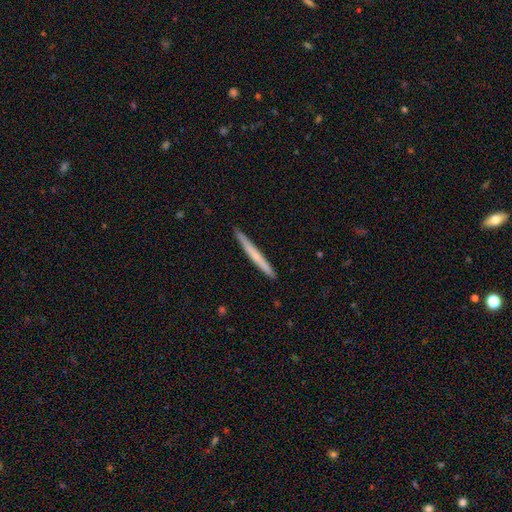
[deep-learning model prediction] smooth_or_featured: smooth (p=0.55) [alt: featured or disk p=0.40]
how_rounded: cigar-shaped (p=0.97) [alt: in between p=0.02]
merging: none (p=0.91) [alt: minor disturbance p=0.06]